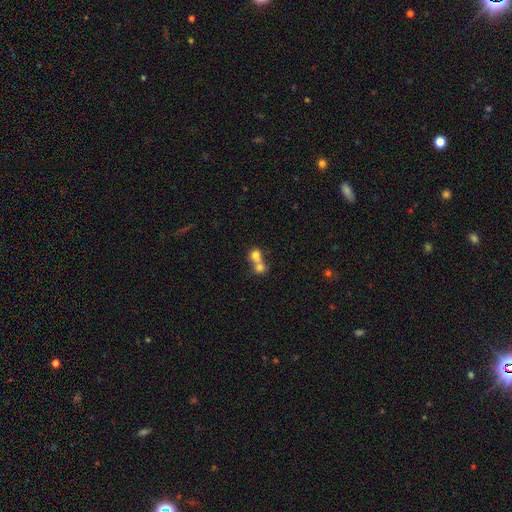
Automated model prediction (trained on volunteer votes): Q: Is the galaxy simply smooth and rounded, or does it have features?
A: smooth — 72%.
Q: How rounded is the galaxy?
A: round — 75%.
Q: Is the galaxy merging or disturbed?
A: merger — 70%.